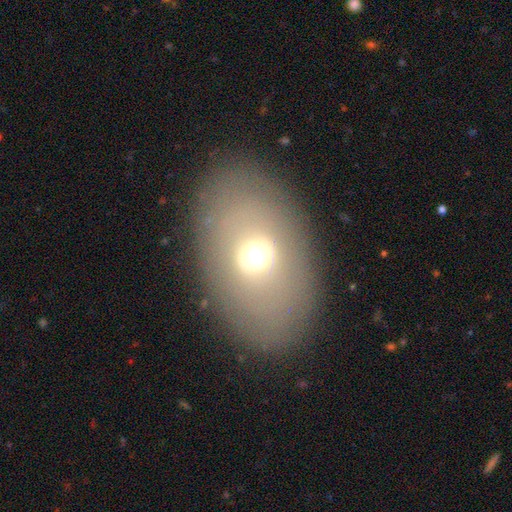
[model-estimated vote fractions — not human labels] This appears to be a smooth galaxy with no disk features (55%) that is in between round and cigar-shaped (82%). Merging: none (85%).